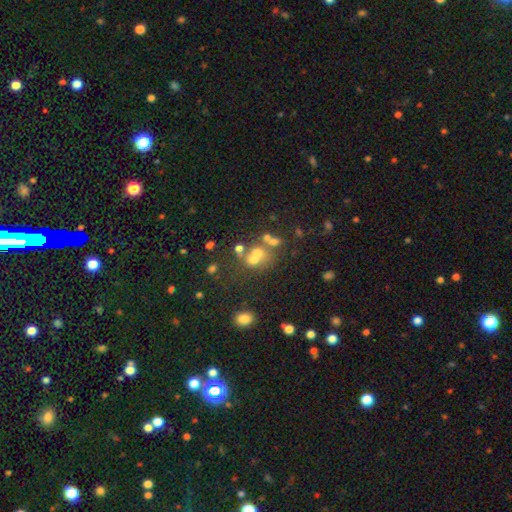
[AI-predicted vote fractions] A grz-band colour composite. It shows a smooth galaxy with no disk features (46%). Merging: merger (43%).